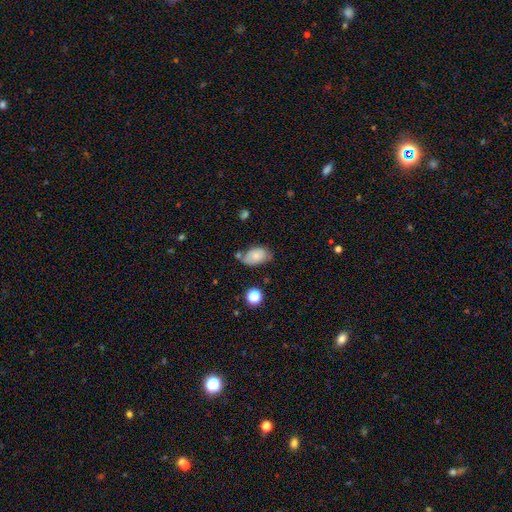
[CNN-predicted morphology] Smooth or featured?
  - smooth: 71% *
  - featured or disk: 21%
  - star or artifact: 9%
How rounded?
  - in between: 90% *
  - round: 8%
  - cigar-shaped: 2%
Merging?
  - none: 52% *
  - minor disturbance: 28%
  - merger: 11%
  - major disturbance: 8%